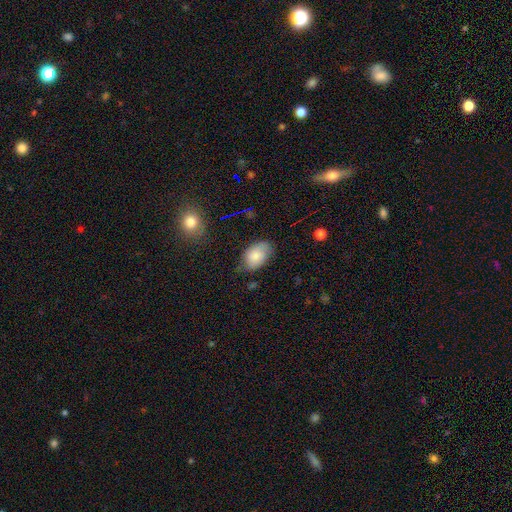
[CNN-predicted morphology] The model was most divided on "merging": none: 64%, minor disturbance: 28%, major disturbance: 6%, merger: 2%. More confident: how rounded — in between (89%); smooth or featured — smooth (82%).